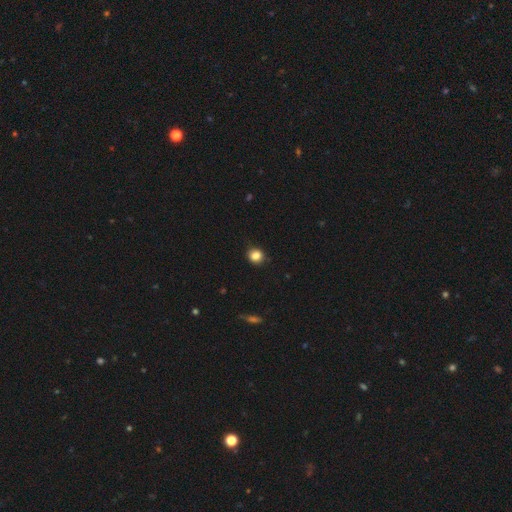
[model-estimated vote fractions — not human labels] Smooth or featured? smooth (84%)
How rounded? round (85%)
Merging? none (86%)